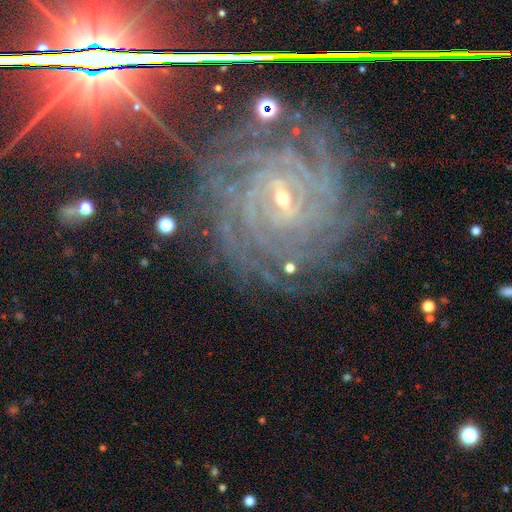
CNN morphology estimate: A featured or disk galaxy (82%) with a weak bar (45%), more than 4 (23%) tight (82%) spiral arms (98%) and a small central bulge (77%).

Vote fractions:
- Smooth or featured? featured or disk: 82% / star or artifact: 13% / smooth: 5%
- Edge-on disk? no: 96% / yes: 4%
- Bar? weak: 45% / strong: 33% / no: 22%
- Spiral arms? yes: 98% / no: 2%
- Spiral winding? tight: 82% / medium: 15% / loose: 3%
- Spiral arm count? more than 4: 23% / 4: 22% / can't tell: 22% / 3: 14% / 2: 12% / 1: 8%
- Bulge size? small: 77% / moderate: 20% / none: 2% / large: 1% / dominant: 1%
- Merging? none: 79% / minor disturbance: 14% / major disturbance: 6% / merger: 2%